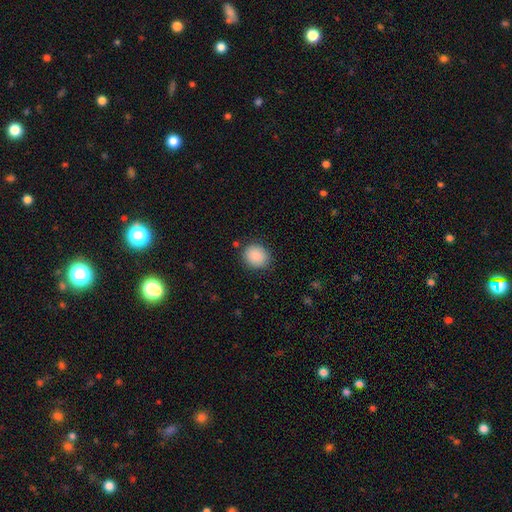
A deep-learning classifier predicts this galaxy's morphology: smooth 88%, star or artifact 8%, featured or disk 4%. Down the decision tree: how rounded — round (78%); merging — none (86%).